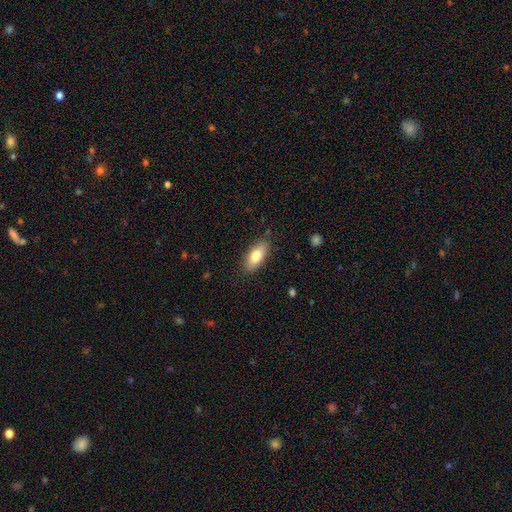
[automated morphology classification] A smooth galaxy with no disk features (77%) that is in between round and cigar-shaped (83%).

Vote fractions:
- Smooth or featured? smooth: 77% / featured or disk: 16% / star or artifact: 7%
- How rounded? in between: 83% / cigar-shaped: 14% / round: 3%
- Merging? none: 85% / minor disturbance: 11% / major disturbance: 2% / merger: 1%